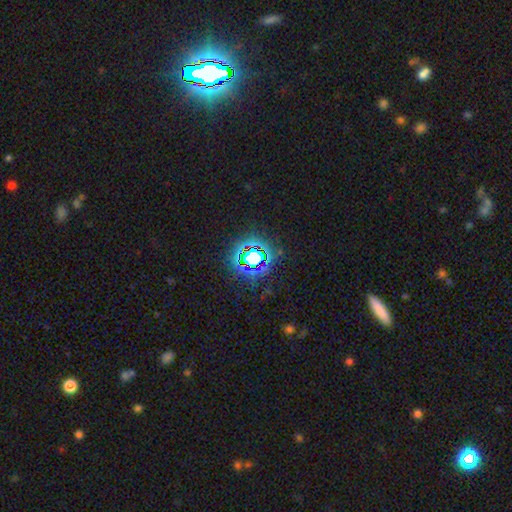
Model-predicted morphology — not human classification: Smooth or featured?
  - star or artifact: 72% *
  - smooth: 17%
  - featured or disk: 11%